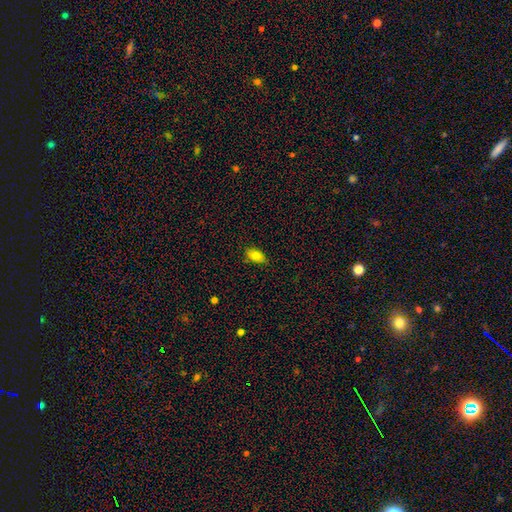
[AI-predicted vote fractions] Smooth or featured?
  - smooth: 82% *
  - star or artifact: 9%
  - featured or disk: 8%
How rounded?
  - in between: 90% *
  - round: 8%
  - cigar-shaped: 2%
Merging?
  - none: 83% *
  - minor disturbance: 13%
  - major disturbance: 2%
  - merger: 1%